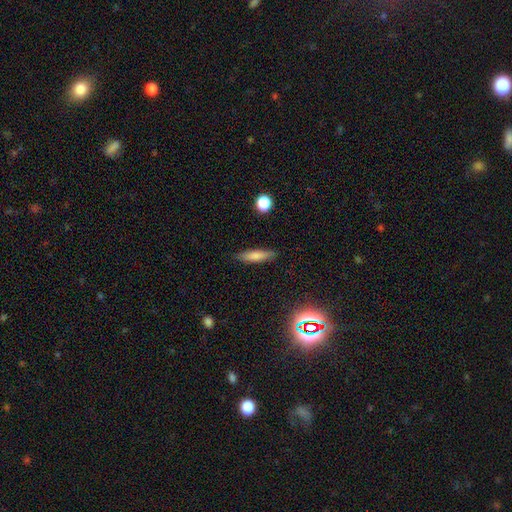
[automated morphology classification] A smooth galaxy with no disk features (74%) that is cigar-shaped (74%).

Vote fractions:
- Smooth or featured? smooth: 74% / featured or disk: 17% / star or artifact: 9%
- How rounded? cigar-shaped: 74% / in between: 24% / round: 2%
- Merging? none: 87% / minor disturbance: 10% / major disturbance: 2% / merger: 1%